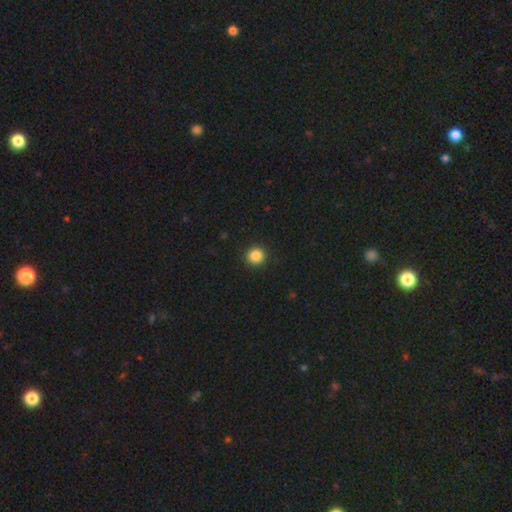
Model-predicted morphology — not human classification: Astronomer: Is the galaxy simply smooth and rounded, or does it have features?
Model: smooth — 86%.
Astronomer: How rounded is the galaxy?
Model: round — 94%.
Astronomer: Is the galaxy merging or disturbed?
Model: none — 93%.